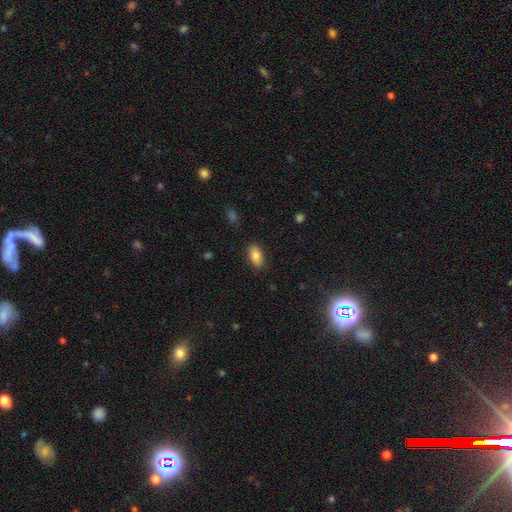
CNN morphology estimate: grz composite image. It shows a smooth galaxy with no disk features (84%) that is in between round and cigar-shaped (92%). Merging: none (86%).